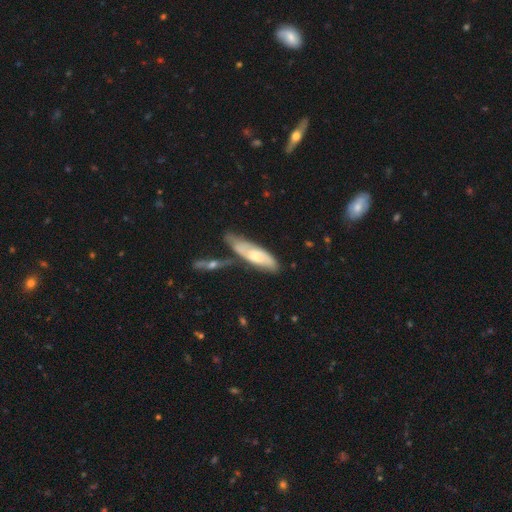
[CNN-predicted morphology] featured or disk 53%, smooth 41%, star or artifact 6%. Down the decision tree: edge-on disk — no (73%); merging — none (52%).